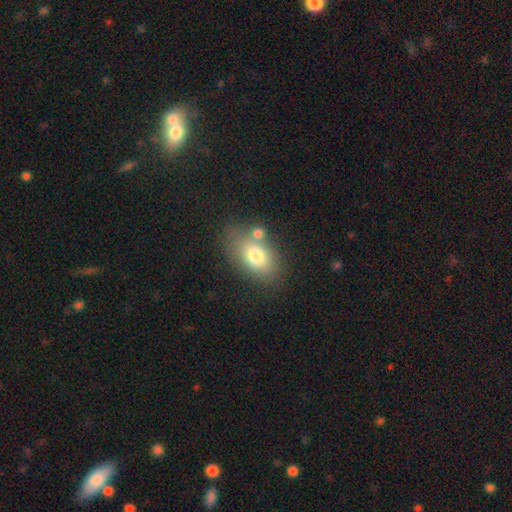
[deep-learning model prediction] Overall: smooth (76%). How rounded: in between (87%). Merging: none (59%; merger 20%).